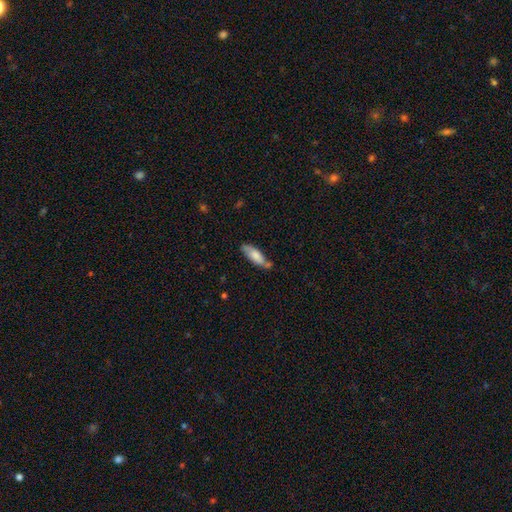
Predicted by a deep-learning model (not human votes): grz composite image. It shows a smooth galaxy with no disk features (69%) that is in between round and cigar-shaped (55%). Merging: none (61%).